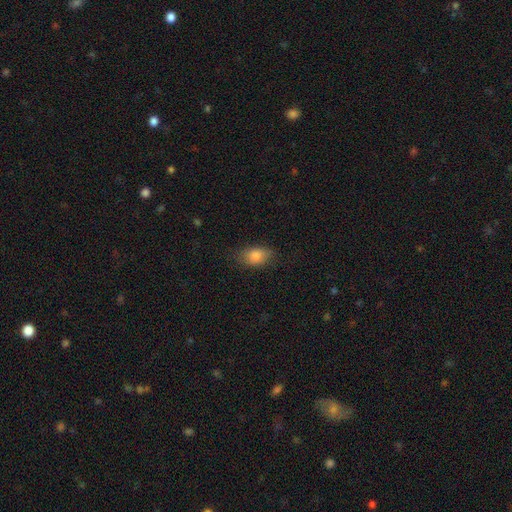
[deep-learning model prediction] smooth 84%, star or artifact 9%, featured or disk 7%. Down the decision tree: how rounded — in between (83%); merging — none (79%).